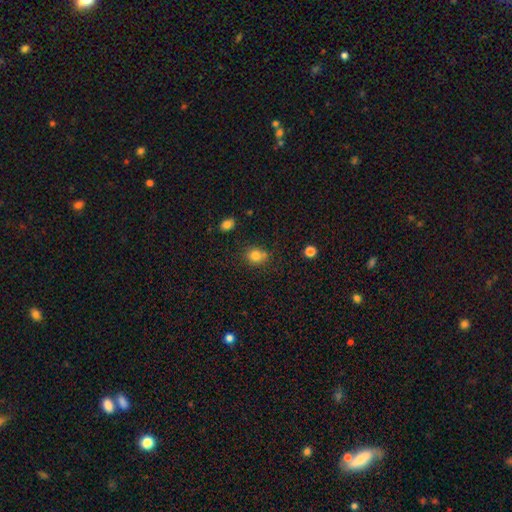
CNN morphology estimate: Overall: smooth (81%). How rounded: round (69%; in between 30%). Merging: none (70%).